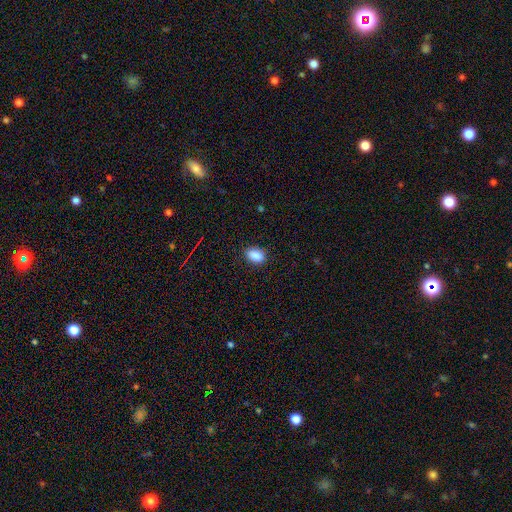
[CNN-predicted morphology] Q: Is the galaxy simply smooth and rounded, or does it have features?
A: smooth — 88%.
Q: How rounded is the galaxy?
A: in between — 84%.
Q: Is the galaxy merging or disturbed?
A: none — 85%.